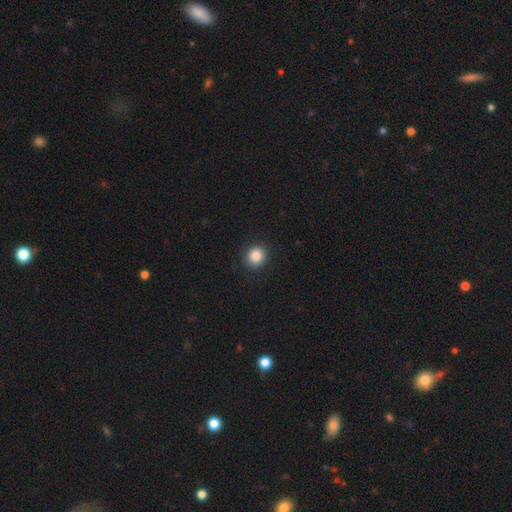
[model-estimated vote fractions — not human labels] Overall: smooth (87%). How rounded: round (85%). Merging: none (89%).